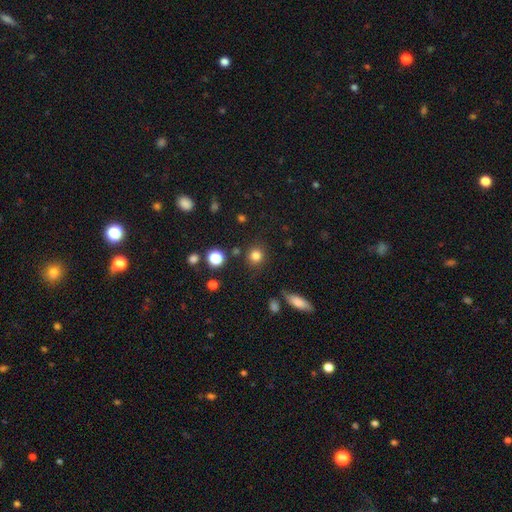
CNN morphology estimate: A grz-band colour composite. It shows a smooth galaxy with no disk features (82%) that is round (89%). Merging: none (85%).